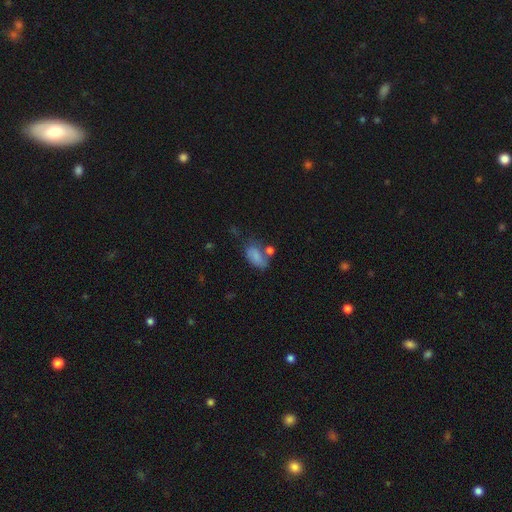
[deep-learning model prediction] Smooth or featured? Predicted: smooth (p=0.77). How rounded? Predicted: in between (p=0.90). Merging? Predicted: none (p=0.44).